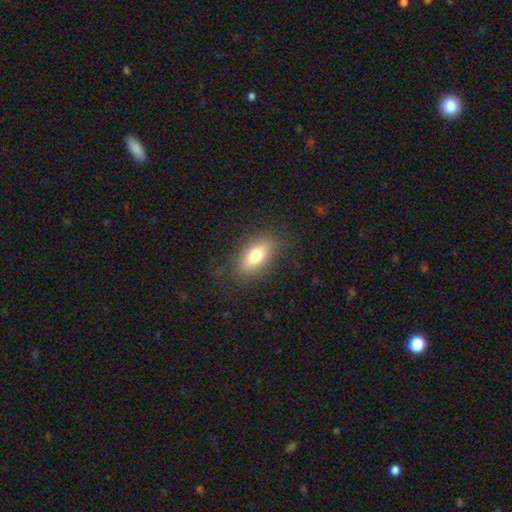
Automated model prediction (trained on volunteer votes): smooth_or_featured: smooth (p=0.75) [alt: featured or disk p=0.17]
how_rounded: in between (p=0.85) [alt: cigar-shaped p=0.09]
merging: none (p=0.84) [alt: minor disturbance p=0.11]